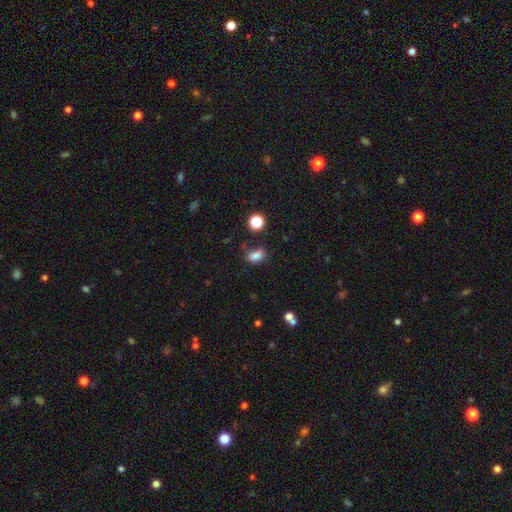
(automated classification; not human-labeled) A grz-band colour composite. It shows a smooth galaxy with no disk features (82%) that is in between round and cigar-shaped (80%). Merging: none (67%).